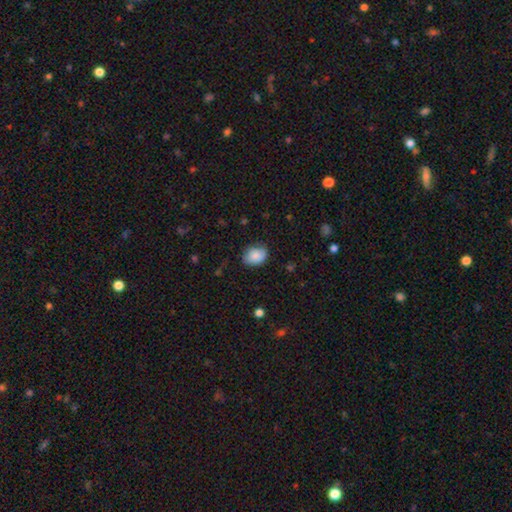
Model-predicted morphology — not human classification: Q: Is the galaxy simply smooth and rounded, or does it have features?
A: smooth — 83%.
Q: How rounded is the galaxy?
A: in between — 65%.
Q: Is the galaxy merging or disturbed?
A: none — 74%.